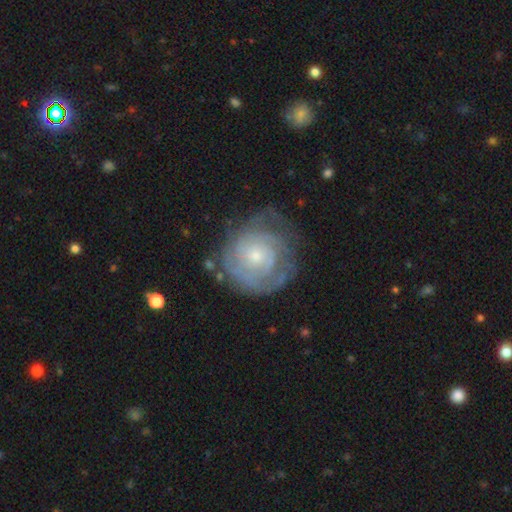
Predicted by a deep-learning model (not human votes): This appears to be a featured or disk galaxy (77%) with no bar (78%), tight (74%) spiral arms (88%) and a small central bulge (65%). Merging: none (66%).